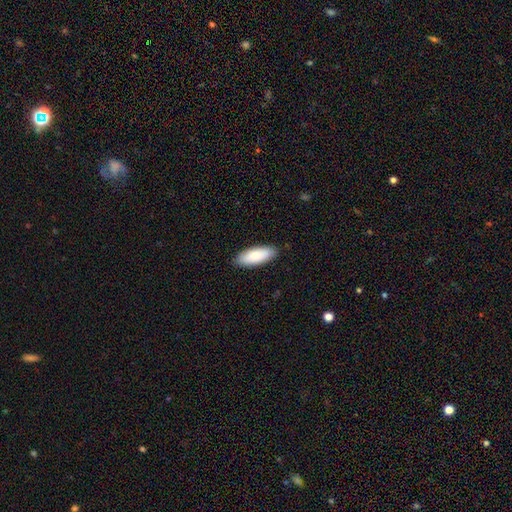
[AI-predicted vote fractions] smooth-or-featured: smooth: 86% | featured or disk: 9% | star or artifact: 5%
  how-rounded: in between: 76% | cigar-shaped: 23% | round: 2%
  merging: none: 88% | minor disturbance: 9% | major disturbance: 2% | merger: 1%